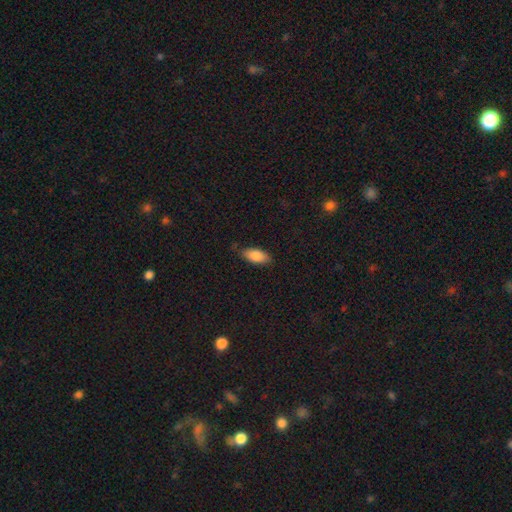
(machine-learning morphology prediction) type=smooth (85%); roundness=in between (88%); merging=none (80%).